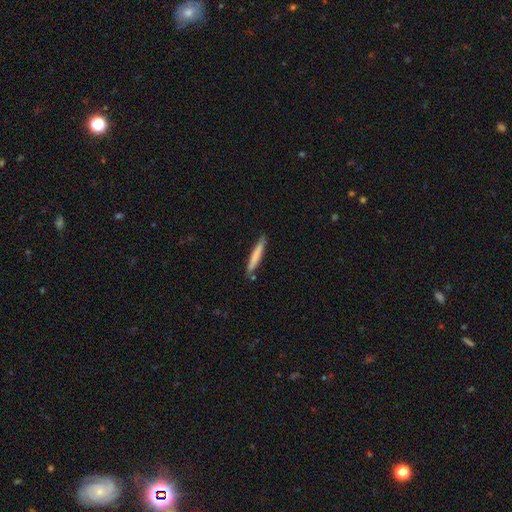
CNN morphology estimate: Smooth or featured?
  - smooth: 76% *
  - featured or disk: 19%
  - star or artifact: 5%
How rounded?
  - cigar-shaped: 94% *
  - in between: 5%
  - round: 1%
Merging?
  - none: 83% *
  - minor disturbance: 12%
  - merger: 3%
  - major disturbance: 2%